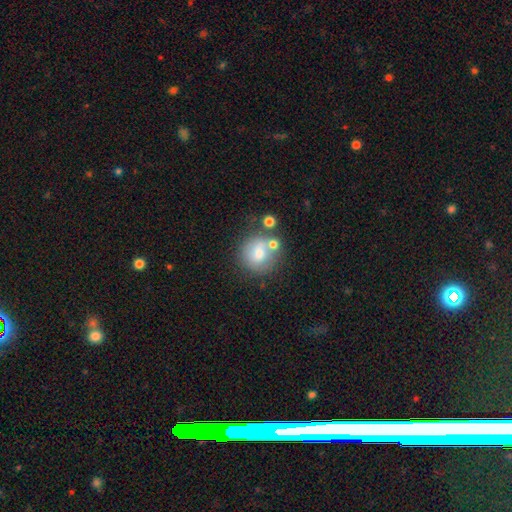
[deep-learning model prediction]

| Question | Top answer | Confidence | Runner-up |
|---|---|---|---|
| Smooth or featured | smooth | 69% | featured or disk (21%) |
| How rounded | round | 87% | in between (13%) |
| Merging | none | 54% | merger (21%) |